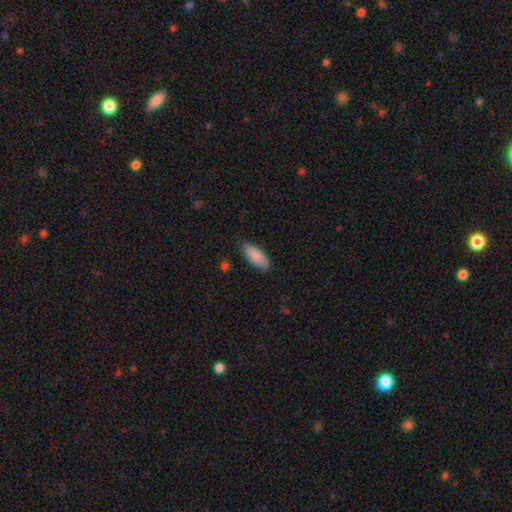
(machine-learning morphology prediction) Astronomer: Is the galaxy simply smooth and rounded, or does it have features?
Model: smooth — 85%.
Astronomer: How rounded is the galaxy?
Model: in between — 83%.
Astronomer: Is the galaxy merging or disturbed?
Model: none — 76%.